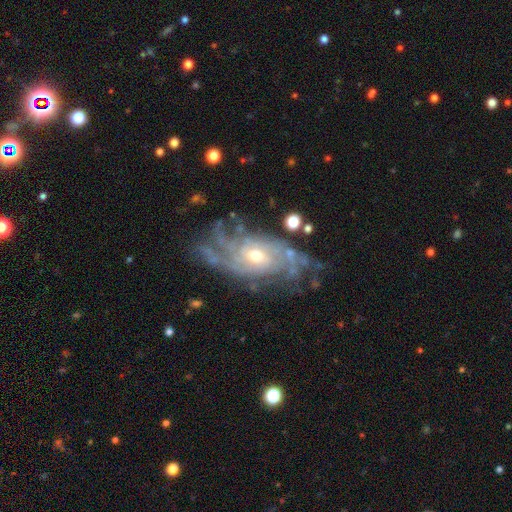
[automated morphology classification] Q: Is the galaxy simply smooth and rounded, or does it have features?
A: featured or disk — 87%.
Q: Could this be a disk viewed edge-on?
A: no — 94%.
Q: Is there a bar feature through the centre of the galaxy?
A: no — 67%.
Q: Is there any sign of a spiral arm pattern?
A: yes — 95%.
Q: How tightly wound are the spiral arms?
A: tight — 60%.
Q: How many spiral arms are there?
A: can't tell — 40%.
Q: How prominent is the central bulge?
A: moderate — 51%.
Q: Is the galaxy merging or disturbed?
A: none — 68%.